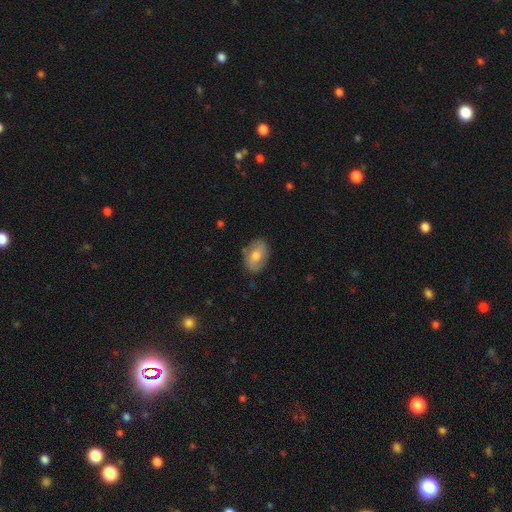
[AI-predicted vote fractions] Overall: smooth (60%; featured or disk 32%). How rounded: in between (83%). Merging: none (81%).